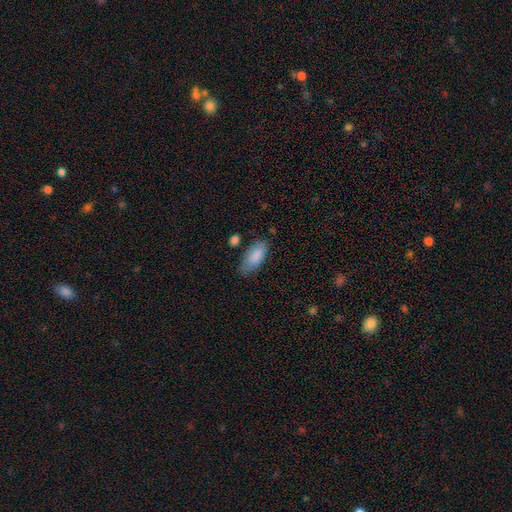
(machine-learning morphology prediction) Smooth or featured? smooth (86%)
How rounded? in between (86%)
Merging? none (68%)